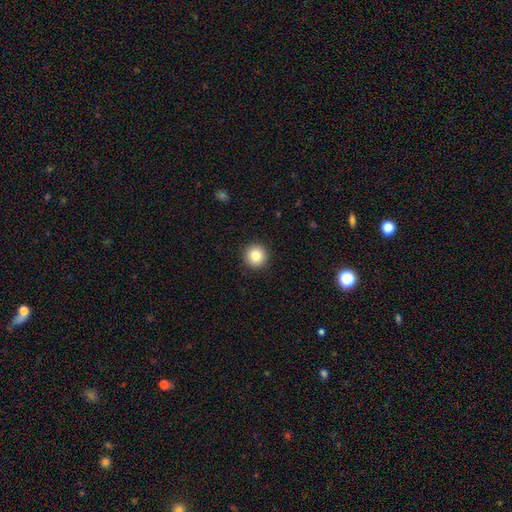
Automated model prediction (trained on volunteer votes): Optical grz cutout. It shows a smooth galaxy with no disk features (84%) that is round (96%). Merging: none (93%).